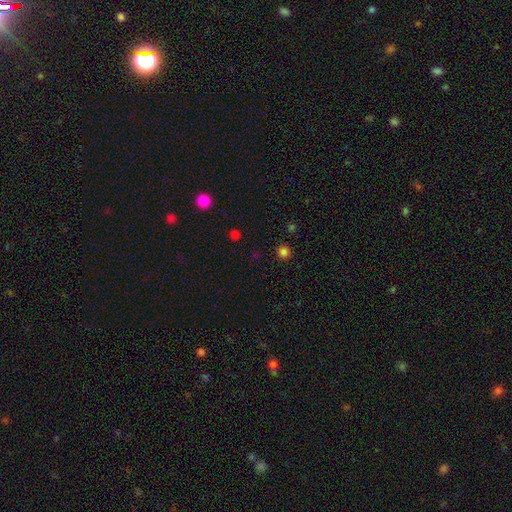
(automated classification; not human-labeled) Smooth or featured: smooth — 56% (star or artifact — 40%)
How rounded: round — 91% (in between — 8%)
Merging: none — 88% (minor disturbance — 6%)